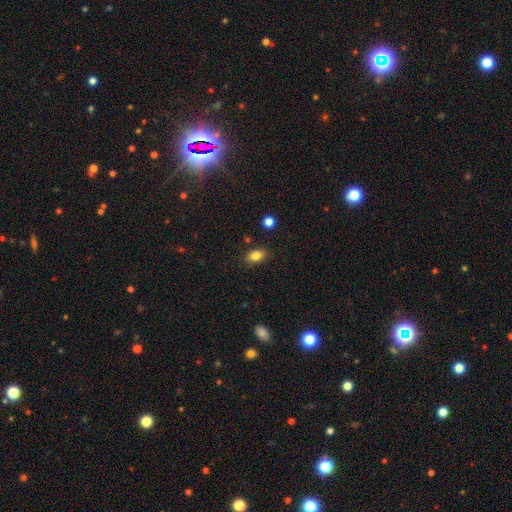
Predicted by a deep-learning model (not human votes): smooth_or_featured: smooth (p=0.83) [alt: star or artifact p=0.10]
how_rounded: in between (p=0.82) [alt: round p=0.16]
merging: none (p=0.83) [alt: minor disturbance p=0.12]